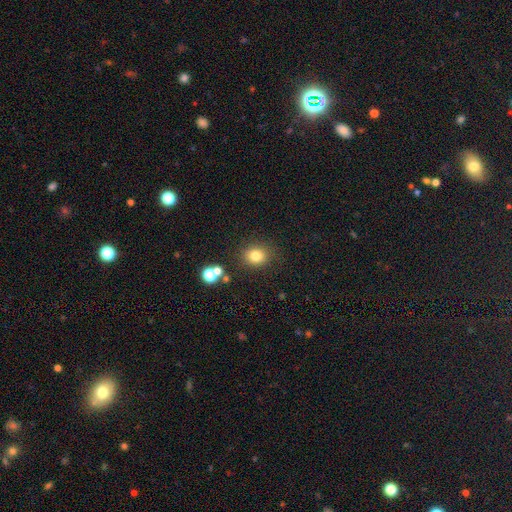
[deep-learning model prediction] Smooth or featured? smooth (79%)
How rounded? round (69%)
Merging? none (81%)